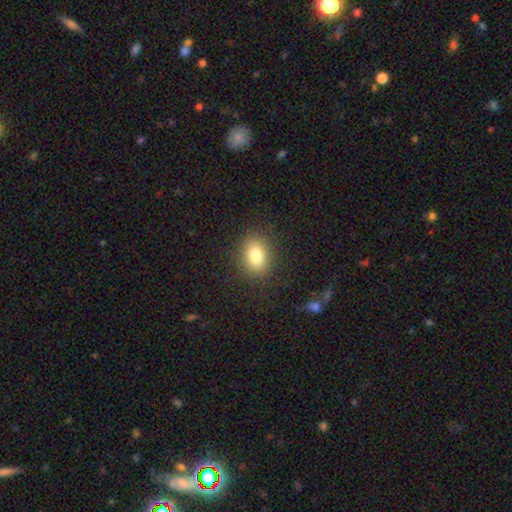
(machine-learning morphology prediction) type=smooth (82%); roundness=in between (66%); merging=none (87%).